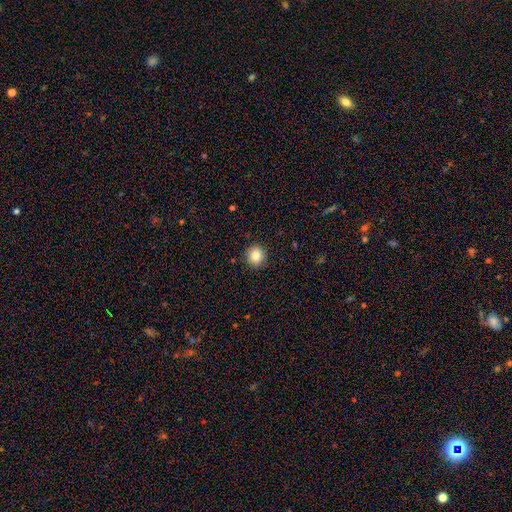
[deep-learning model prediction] Morphology: type=smooth (84%); roundness=round (92%); merging=none (92%).